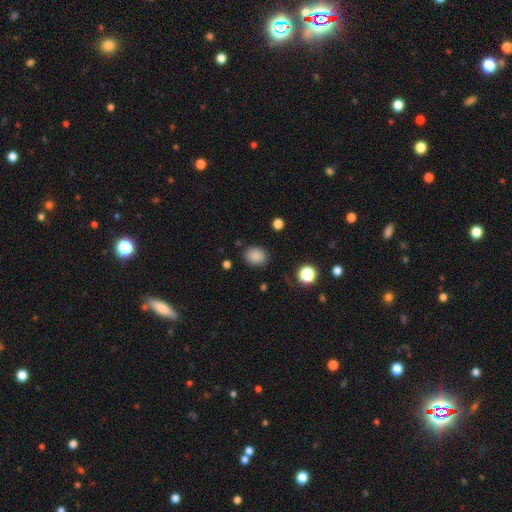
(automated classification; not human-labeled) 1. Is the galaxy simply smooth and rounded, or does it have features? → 85% smooth, 11% star or artifact, 4% featured or disk.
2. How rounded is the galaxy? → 56% round, 43% in between, 1% cigar-shaped.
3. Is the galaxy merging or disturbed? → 84% none, 11% minor disturbance, 3% major disturbance, 2% merger.